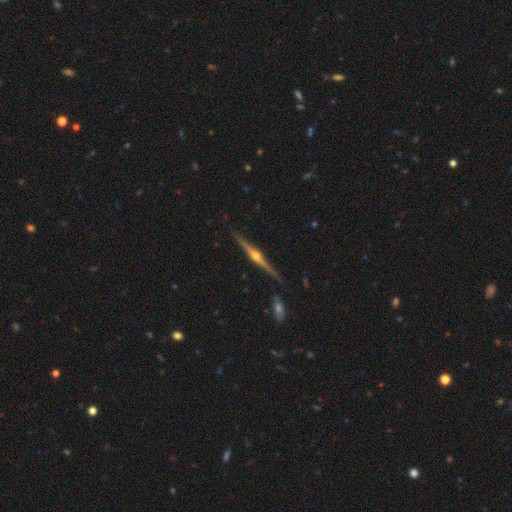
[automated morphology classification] A featured or disk galaxy (87%) viewed edge-on (98%) with a rounded central bulge (95%).

Vote fractions:
- Smooth or featured? featured or disk: 87% / smooth: 7% / star or artifact: 5%
- Edge-on disk? yes: 98% / no: 2%
- Edge-on bulge? rounded: 95% / boxy: 2% / none: 2%
- Merging? none: 88% / minor disturbance: 8% / merger: 2% / major disturbance: 1%